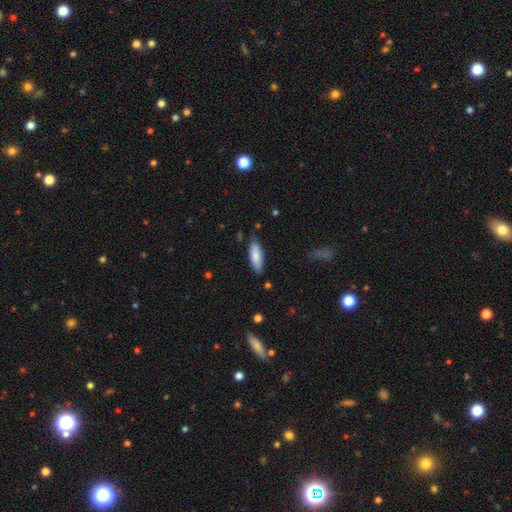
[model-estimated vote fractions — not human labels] This appears to be a smooth galaxy with no disk features (82%) that is in between round and cigar-shaped (56%). Merging: none (79%).